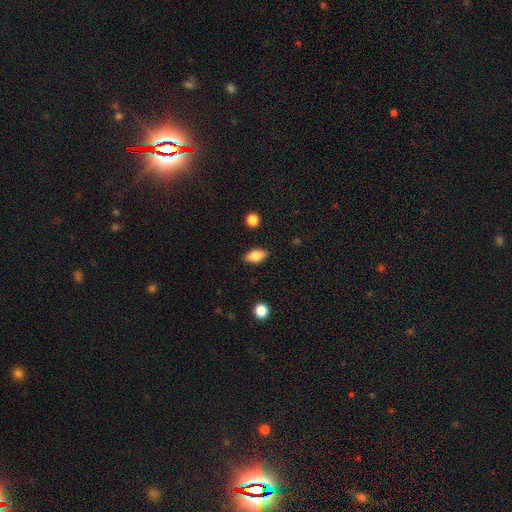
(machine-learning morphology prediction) Smooth or featured: smooth — 82% (featured or disk — 11%)
How rounded: in between — 88% (cigar-shaped — 6%)
Merging: none — 86% (minor disturbance — 10%)